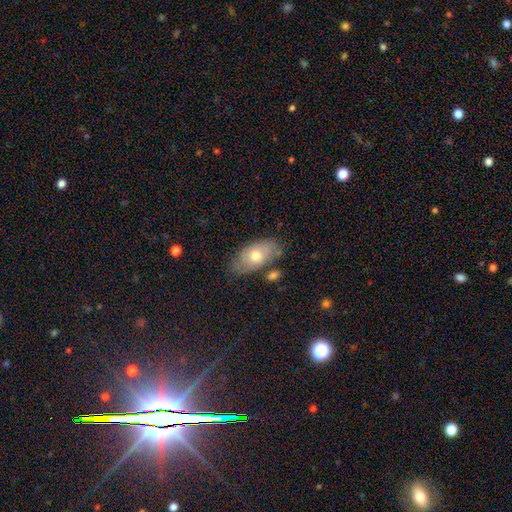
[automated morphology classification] type=smooth (58%); roundness=in between (91%); merging=none (71%).